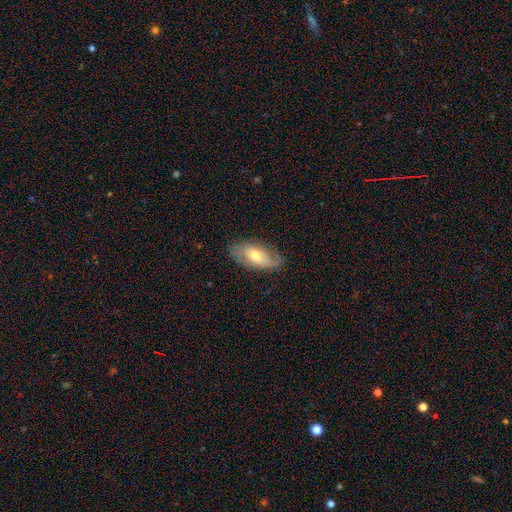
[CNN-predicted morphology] Smooth or featured? featured or disk (50%)
Edge-on disk? no (87%)
Merging? none (75%)